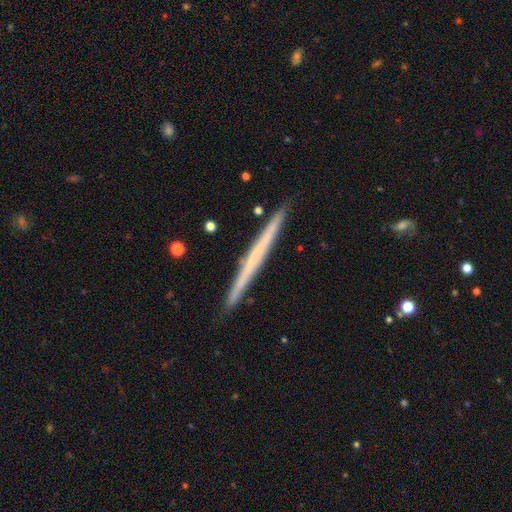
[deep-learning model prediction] smooth-or-featured: featured or disk: 54% | smooth: 41% | star or artifact: 6%
  disk-edge-on: yes: 98% | no: 2%
    edge-on-bulge: none: 91% | rounded: 6% | boxy: 3%
  merging: none: 91% | minor disturbance: 7% | merger: 1% | major disturbance: 1%